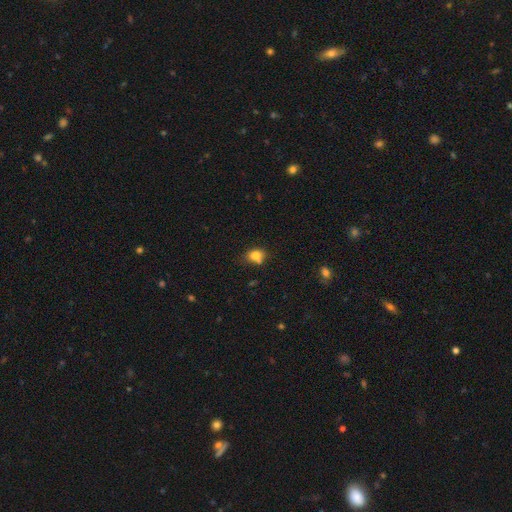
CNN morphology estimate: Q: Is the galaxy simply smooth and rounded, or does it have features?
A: smooth — 79%.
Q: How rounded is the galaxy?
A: round — 51%.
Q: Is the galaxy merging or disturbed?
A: none — 59%.